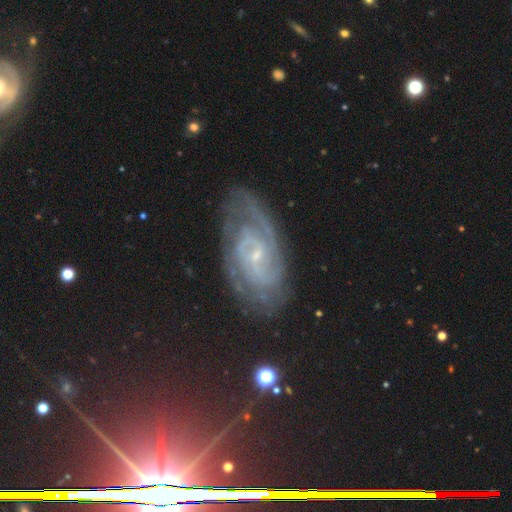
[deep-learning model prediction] Morphology: type=featured or disk (84%); edge-on=no (96%); bar=no (48%); spiral arms=yes (97%); winding=tight (62%); arm count=2 (46%); bulge=small (81%); merging=none (75%).